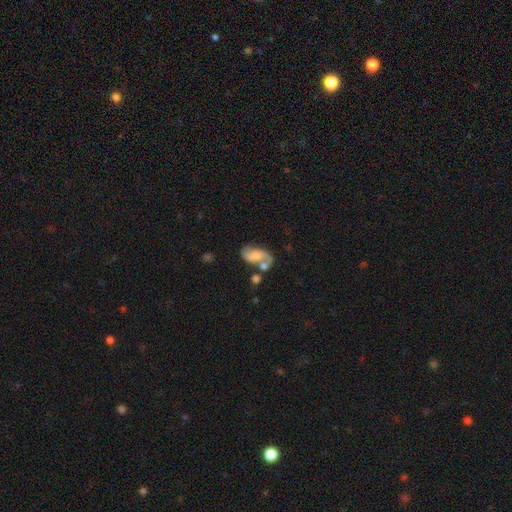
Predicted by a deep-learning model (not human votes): Smooth or featured: featured or disk — 58% (smooth — 34%)
Edge-on disk: no — 96% (yes — 4%)
Bar: no — 60% (weak — 31%)
Spiral arms: yes — 83% (no — 17%)
Bulge size: small — 37% (tied with moderate — 37%)
Merging: none — 44% (merger — 26%)